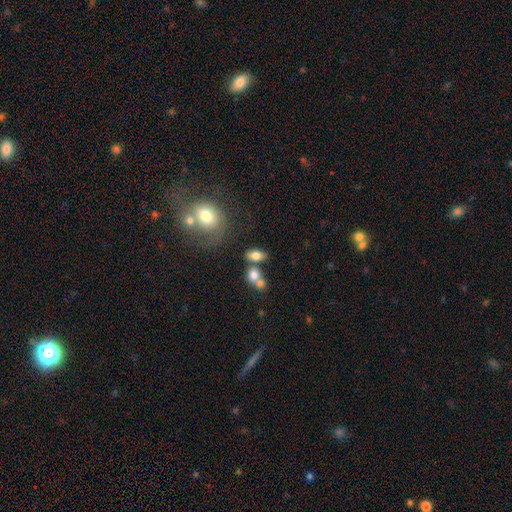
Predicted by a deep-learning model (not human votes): Smooth or featured? smooth (76%)
How rounded? in between (81%)
Merging? none (47%)